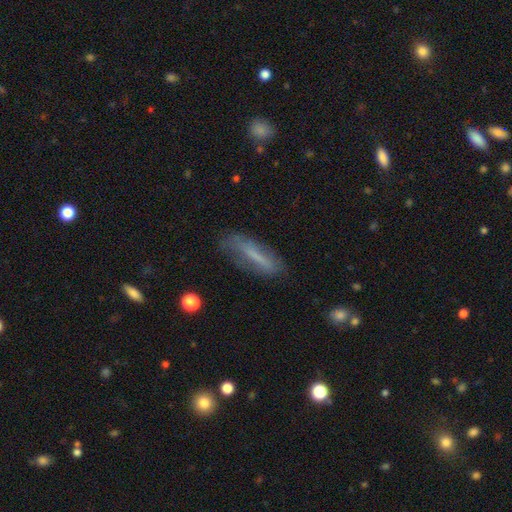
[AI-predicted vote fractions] This is possibly a smooth galaxy (55%). How rounded: likely cigar-shaped (70%). Merging: likely none (63%).